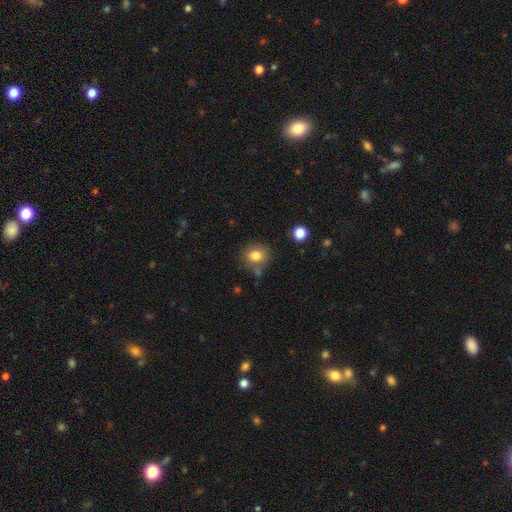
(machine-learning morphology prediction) Smooth or featured?
  - smooth: 81% *
  - star or artifact: 11%
  - featured or disk: 8%
How rounded?
  - round: 69% *
  - in between: 30%
  - cigar-shaped: 1%
Merging?
  - none: 75% *
  - minor disturbance: 14%
  - merger: 7%
  - major disturbance: 4%